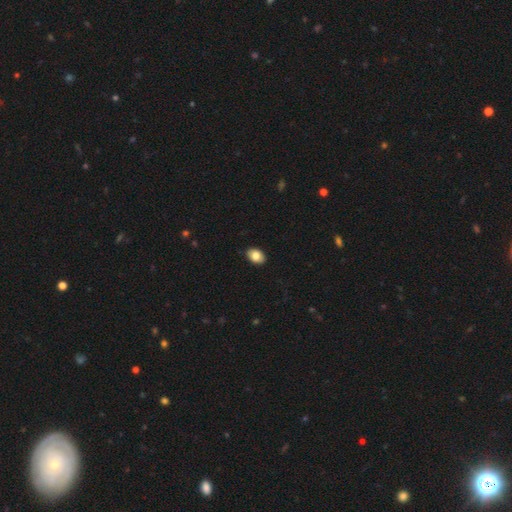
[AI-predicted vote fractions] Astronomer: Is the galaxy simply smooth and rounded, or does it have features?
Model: smooth — 83%.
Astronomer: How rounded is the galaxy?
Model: in between — 82%.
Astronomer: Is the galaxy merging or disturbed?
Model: none — 88%.